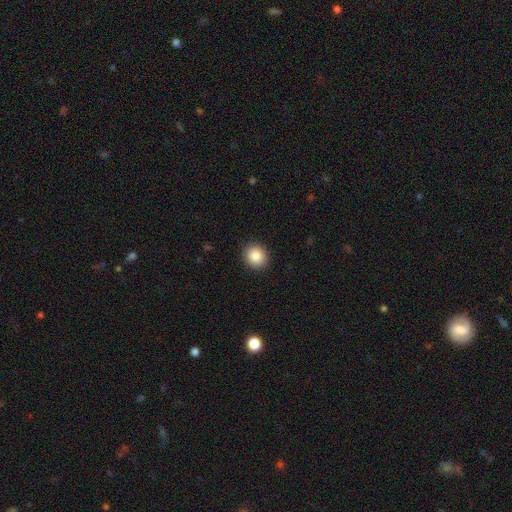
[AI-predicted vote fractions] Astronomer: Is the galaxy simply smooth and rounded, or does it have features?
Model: smooth — 85%.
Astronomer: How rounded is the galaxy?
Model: round — 83%.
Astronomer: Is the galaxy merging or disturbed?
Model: none — 92%.